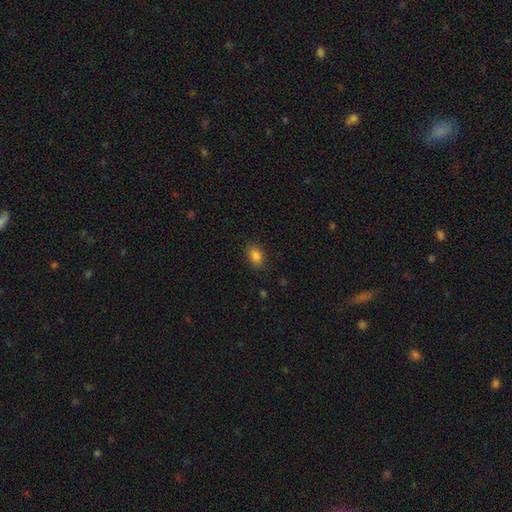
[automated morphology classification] A smooth galaxy with no disk features (85%) that is in between round and cigar-shaped (84%).

Vote fractions:
- Smooth or featured? smooth: 85% / star or artifact: 10% / featured or disk: 5%
- How rounded? in between: 84% / round: 15% / cigar-shaped: 2%
- Merging? none: 86% / minor disturbance: 11% / major disturbance: 3% / merger: 1%